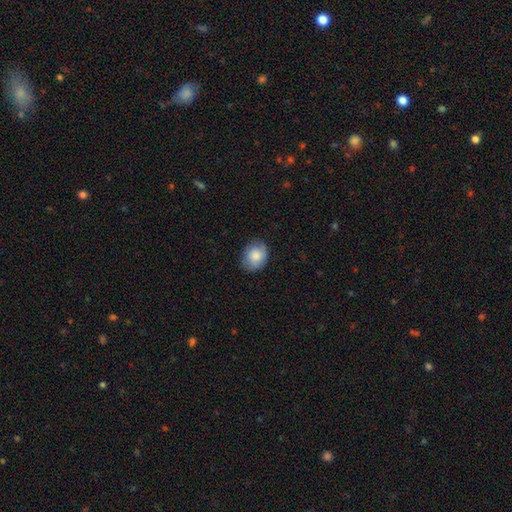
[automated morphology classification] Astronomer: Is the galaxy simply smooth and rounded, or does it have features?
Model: smooth — 82%.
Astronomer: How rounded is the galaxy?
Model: in between — 50%, tied with round at 50%.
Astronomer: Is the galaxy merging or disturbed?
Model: none — 80%.